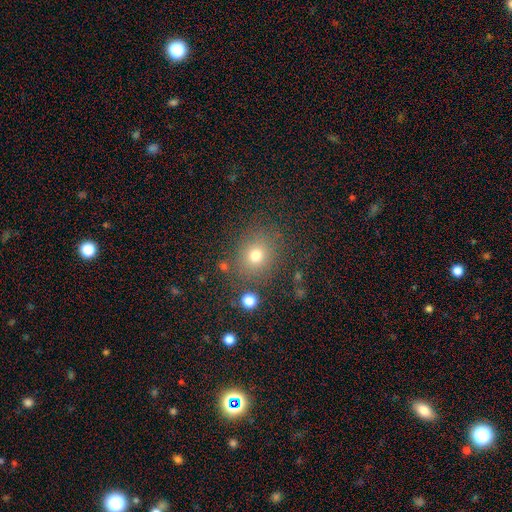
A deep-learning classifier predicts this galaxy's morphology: Smooth or featured? Predicted: smooth (p=0.73). How rounded? Predicted: round (p=0.75). Merging? Predicted: none (p=0.80).